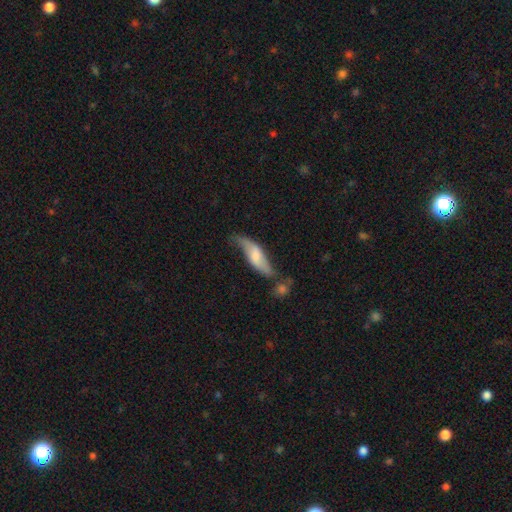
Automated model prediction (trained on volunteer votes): Q: Smooth or featured?
A: featured or disk (52%); runner-up: smooth (41%)
Q: Edge-on disk?
A: no (71%); runner-up: yes (29%)
Q: Merging?
A: none (42%); runner-up: minor disturbance (30%)